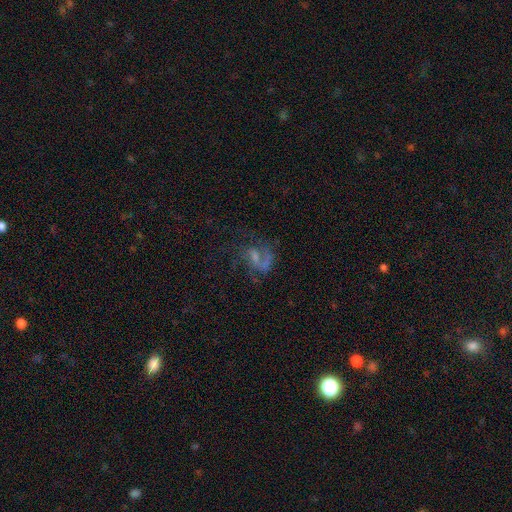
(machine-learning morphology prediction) This appears to be a featured or disk galaxy (70%) with a weak bar (43%, tied with no), 2 (51%) loose (47%) spiral arms (83%) and a small central bulge (42%). Merging: none (48%).